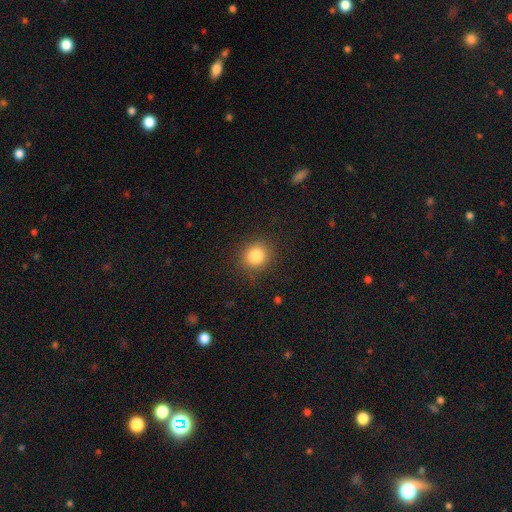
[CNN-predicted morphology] Smooth or featured? smooth (83%)
How rounded? round (86%)
Merging? none (88%)